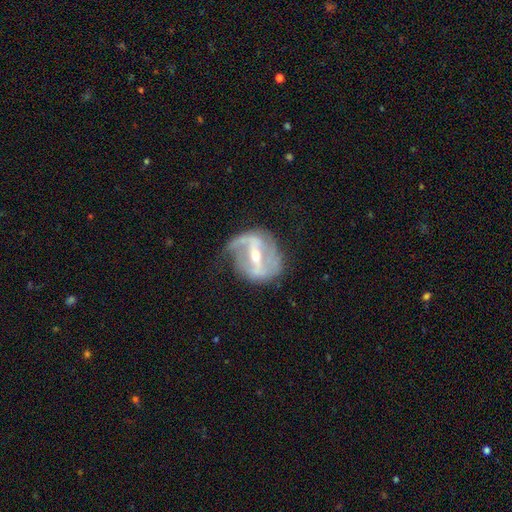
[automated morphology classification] This is clearly a featured or disk galaxy (86%). It is clearly not viewed edge-on (94%). Bar: likely strong (67%). Spiral arm pattern: clearly yes (84%). Spiral arm count: likely 2 (72%). Spiral winding: marginally medium (39%). Central bulge: possibly moderate (54%). Merging: possibly none (57%).